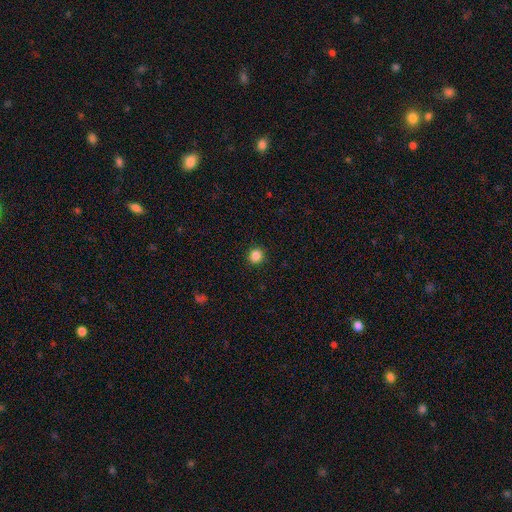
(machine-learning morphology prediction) Smooth or featured? Predicted: smooth (p=0.85). How rounded? Predicted: round (p=0.91). Merging? Predicted: none (p=0.92).